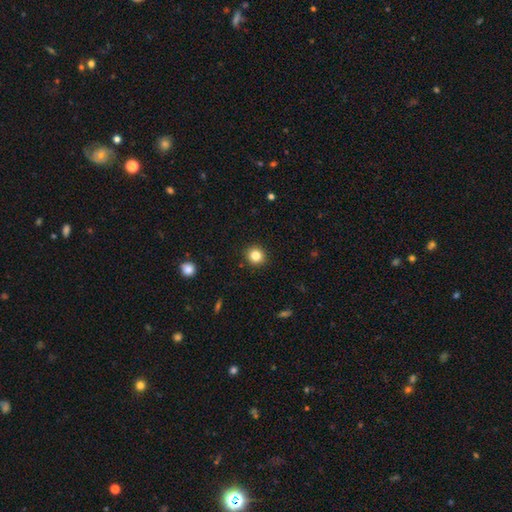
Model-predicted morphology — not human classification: type=smooth (82%); roundness=round (92%); merging=none (92%).